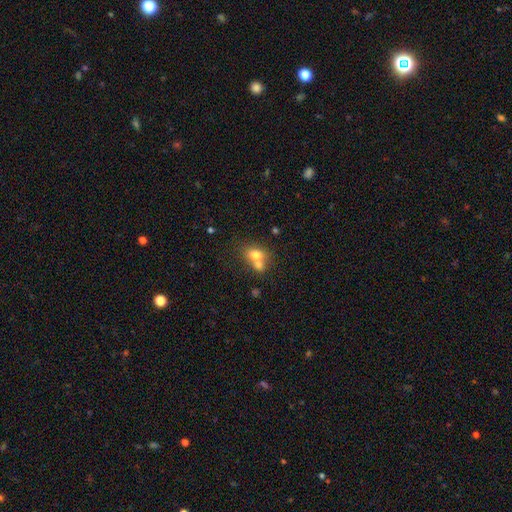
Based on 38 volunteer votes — This is clearly a smooth galaxy (87%). How rounded: possibly in between (58%). Merging: likely merger (69%).